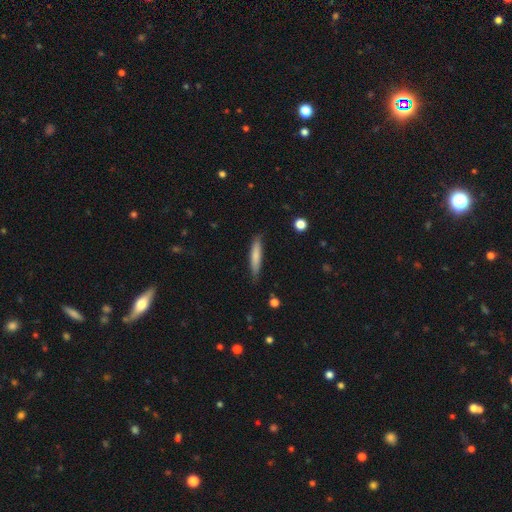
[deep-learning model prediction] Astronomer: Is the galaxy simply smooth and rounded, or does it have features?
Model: smooth — 74%.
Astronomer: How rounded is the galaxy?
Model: cigar-shaped — 89%.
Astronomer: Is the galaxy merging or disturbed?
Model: none — 82%.